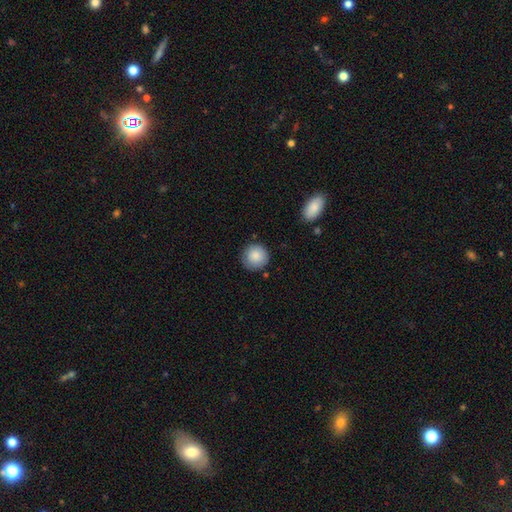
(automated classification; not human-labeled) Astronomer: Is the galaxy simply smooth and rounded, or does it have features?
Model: smooth — 87%.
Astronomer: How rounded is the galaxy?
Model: round — 94%.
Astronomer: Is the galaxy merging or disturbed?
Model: none — 85%.